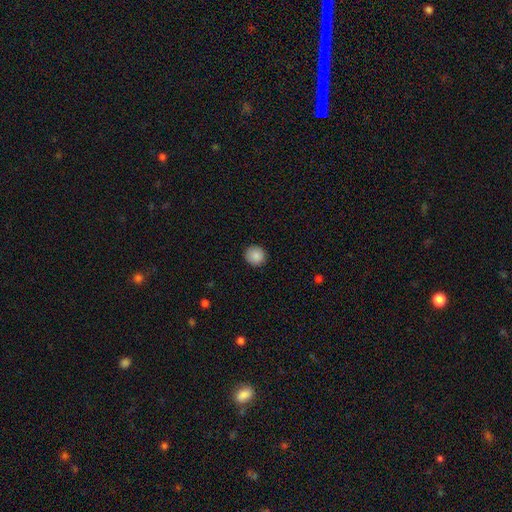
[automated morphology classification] Overall: smooth (88%). How rounded: round (94%). Merging: none (91%).